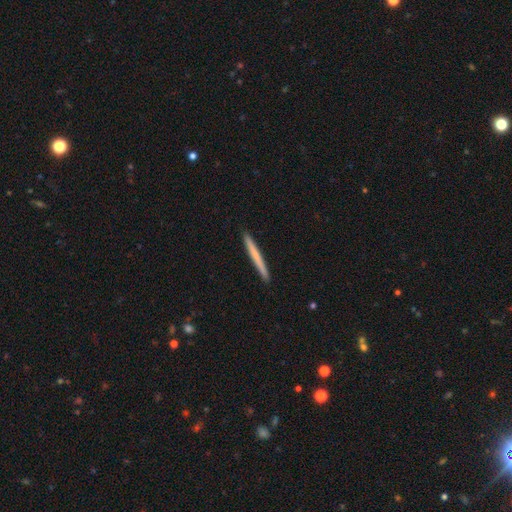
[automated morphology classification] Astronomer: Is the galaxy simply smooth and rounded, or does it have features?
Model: smooth — 62%.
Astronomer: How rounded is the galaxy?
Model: cigar-shaped — 97%.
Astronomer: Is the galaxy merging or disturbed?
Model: none — 93%.